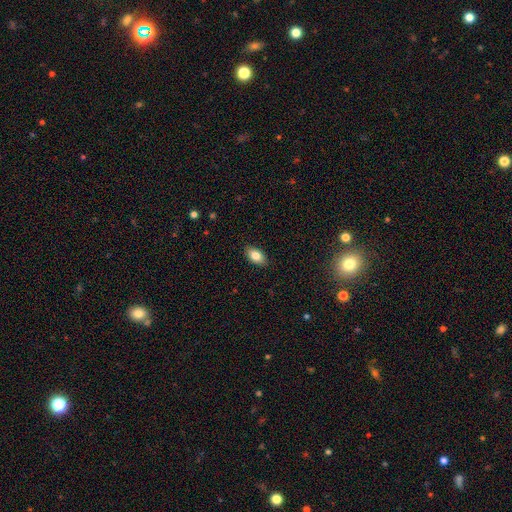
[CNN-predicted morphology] type=smooth (83%); roundness=in between (92%); merging=none (88%).